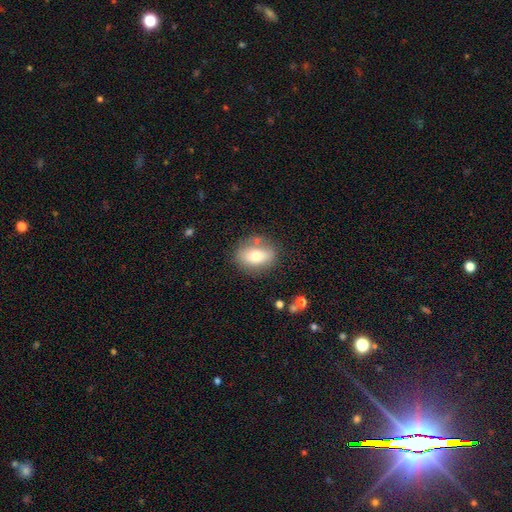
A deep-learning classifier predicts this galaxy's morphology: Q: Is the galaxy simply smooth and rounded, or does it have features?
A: smooth — 69%.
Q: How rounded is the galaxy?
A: in between — 69%.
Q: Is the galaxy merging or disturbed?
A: none — 72%.